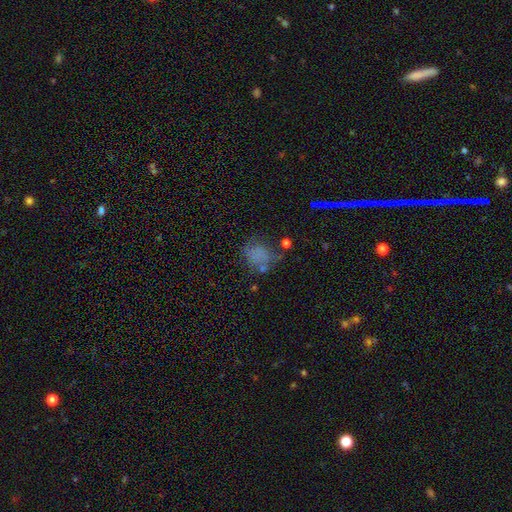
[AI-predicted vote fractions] A smooth galaxy with no disk features (59%) that is in between round and cigar-shaped (49%, tied with round). Merging: none (47%).